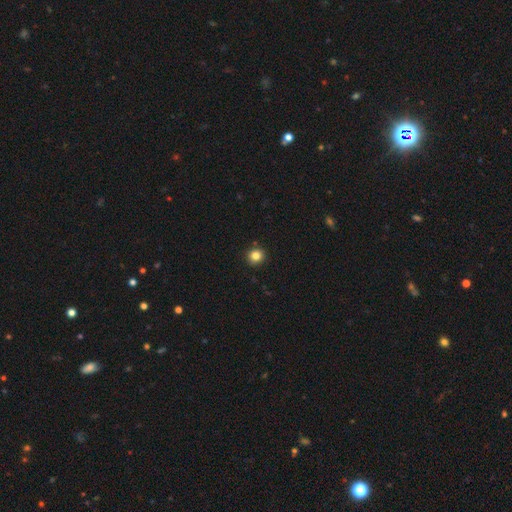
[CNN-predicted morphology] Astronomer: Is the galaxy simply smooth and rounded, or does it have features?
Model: smooth — 84%.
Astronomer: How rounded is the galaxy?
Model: round — 90%.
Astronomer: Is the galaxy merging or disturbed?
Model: none — 91%.